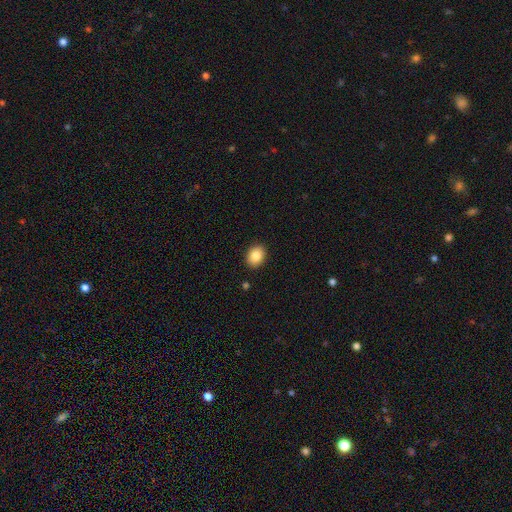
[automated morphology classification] This appears to be a smooth galaxy with no disk features (84%) that is in between round and cigar-shaped (58%). Merging: none (90%).